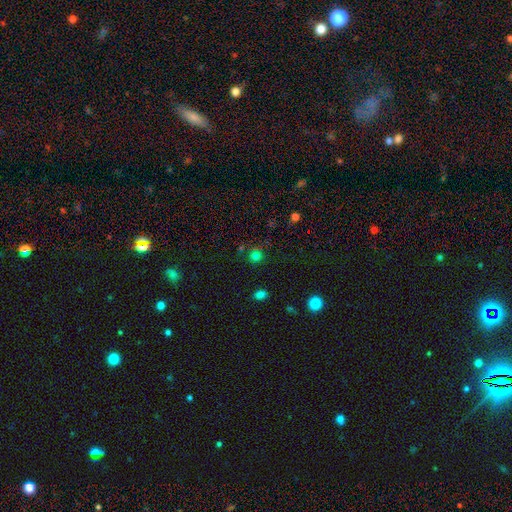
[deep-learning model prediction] Smooth or featured? Predicted: smooth (p=0.73). How rounded? Predicted: round (p=0.88). Merging? Predicted: none (p=0.79).